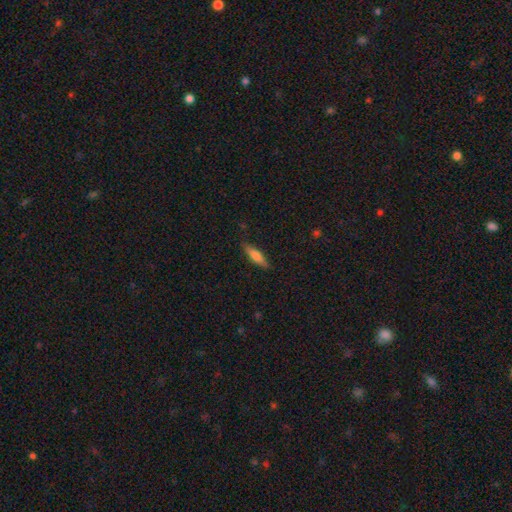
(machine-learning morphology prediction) Smooth or featured?
  - smooth: 66% *
  - featured or disk: 27%
  - star or artifact: 7%
How rounded?
  - cigar-shaped: 68% *
  - in between: 30%
  - round: 2%
Merging?
  - none: 84% *
  - minor disturbance: 13%
  - major disturbance: 3%
  - merger: 1%